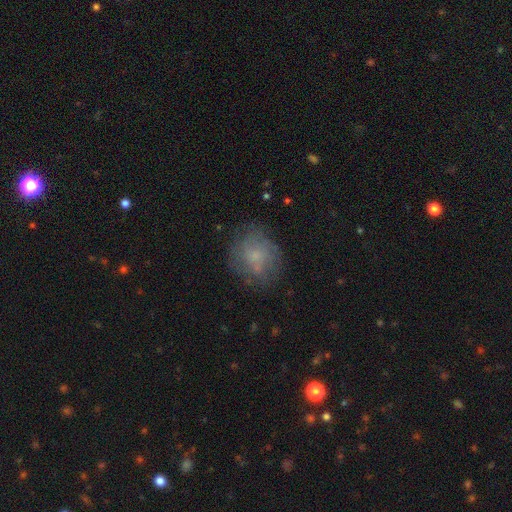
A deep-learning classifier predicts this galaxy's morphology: Smooth or featured: smooth — 57% (featured or disk — 32%)
How rounded: round — 73% (in between — 26%)
Merging: none — 67% (minor disturbance — 20%)